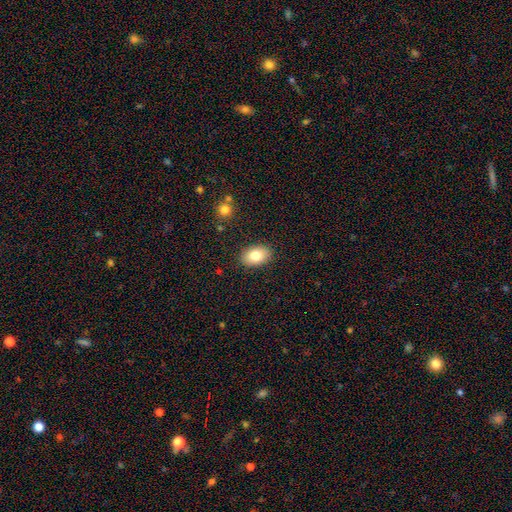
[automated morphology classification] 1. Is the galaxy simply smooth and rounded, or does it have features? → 80% smooth, 12% featured or disk, 8% star or artifact.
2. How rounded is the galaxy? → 87% in between, 12% round, 1% cigar-shaped.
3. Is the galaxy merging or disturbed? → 88% none, 9% minor disturbance, 2% major disturbance, 1% merger.